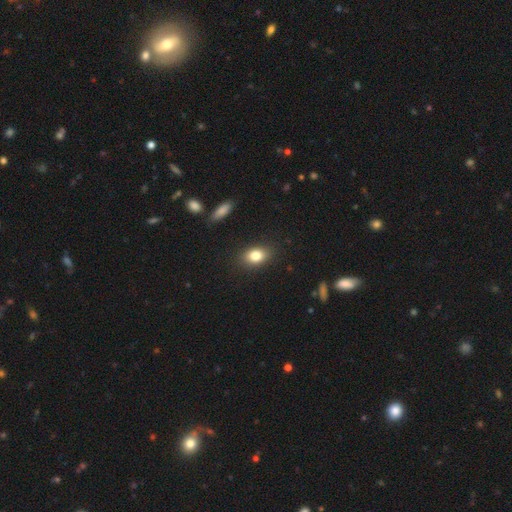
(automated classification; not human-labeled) Smooth or featured?
  - smooth: 82% *
  - featured or disk: 9%
  - star or artifact: 9%
How rounded?
  - in between: 80% *
  - round: 17%
  - cigar-shaped: 2%
Merging?
  - none: 86% *
  - minor disturbance: 10%
  - major disturbance: 3%
  - merger: 2%